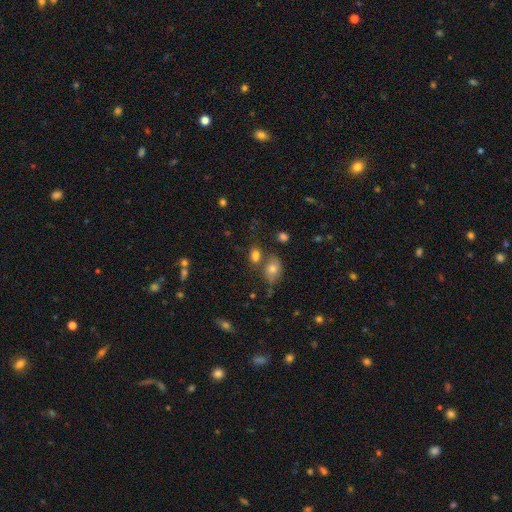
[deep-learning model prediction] The model was most divided on "merging": none: 56%, merger: 25%, minor disturbance: 14%, major disturbance: 5%. More confident: smooth or featured — smooth (79%); how rounded — in between (76%).